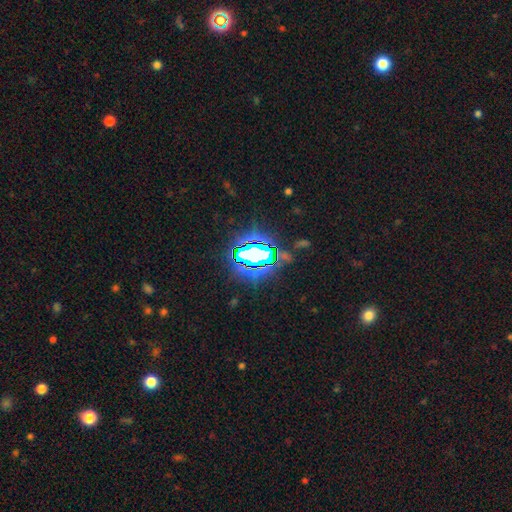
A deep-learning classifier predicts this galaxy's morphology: A star or artifact, not a galaxy (71%).